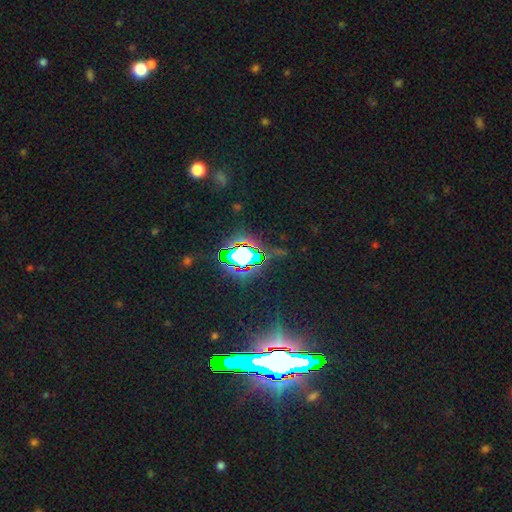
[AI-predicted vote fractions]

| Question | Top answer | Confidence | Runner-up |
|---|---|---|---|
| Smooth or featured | star or artifact | 84% | smooth (8%) |